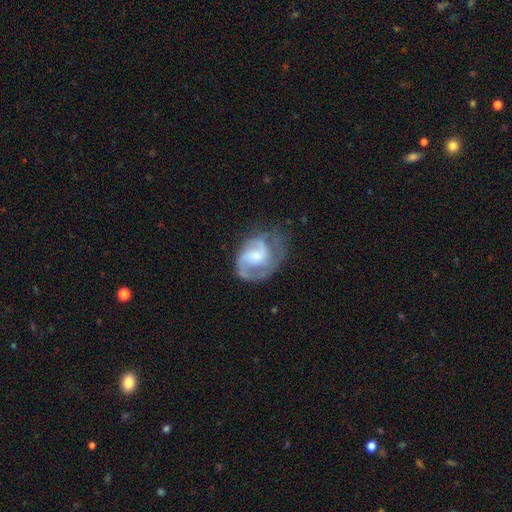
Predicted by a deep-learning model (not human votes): featured or disk 75%, smooth 19%, star or artifact 6%. Down the decision tree: edge-on disk — no (98%); bar — no (55%); spiral arms — yes (91%); spiral arm count — 2 (53%); spiral winding — medium (47%); bulge size — small (40%); merging — none (46%).